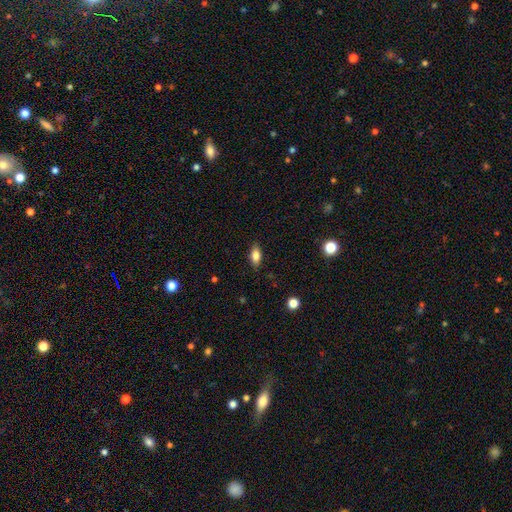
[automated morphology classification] smooth-or-featured: smooth: 82% | featured or disk: 10% | star or artifact: 8%
  how-rounded: in between: 85% | cigar-shaped: 9% | round: 5%
  merging: none: 84% | minor disturbance: 12% | major disturbance: 3% | merger: 1%